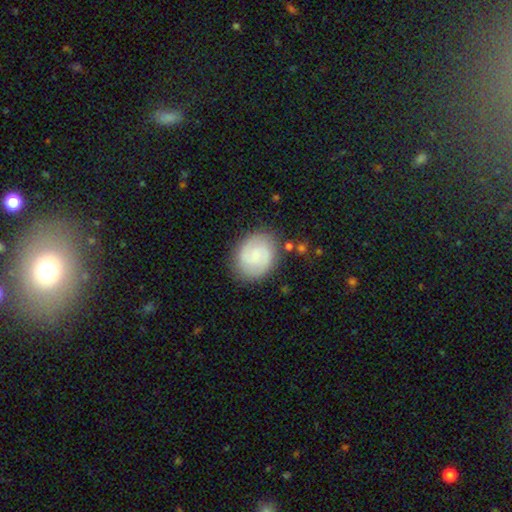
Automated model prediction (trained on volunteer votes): This appears to be a featured or disk galaxy (57%) with a weak bar (47%), 2 (82%) medium (45%) spiral arms (91%) and a small central bulge (55%). Merging: none (81%).